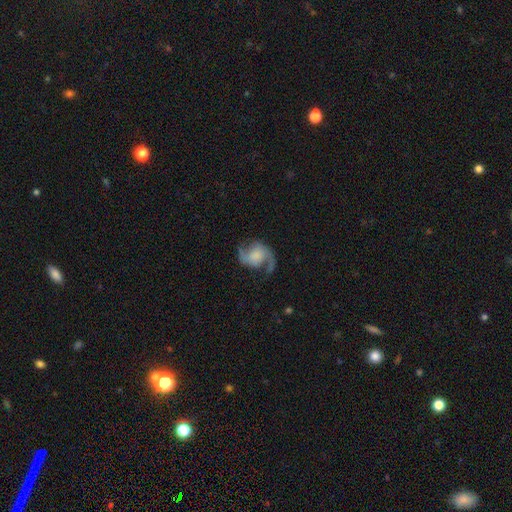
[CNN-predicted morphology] smooth_or_featured: featured or disk (p=0.86) [alt: smooth p=0.08]
disk_edge_on: no (p=0.98) [alt: yes p=0.02]
bar: no (p=0.65) [alt: weak p=0.27]
has_spiral_arms: yes (p=0.97) [alt: no p=0.03]
spiral_winding: loose (p=0.52) [alt: medium p=0.39]
spiral_arm_count: 2 (p=0.93) [alt: 1 p=0.02]
bulge_size: none (p=0.41) [alt: large p=0.27]
merging: none (p=0.73) [alt: minor disturbance p=0.15]